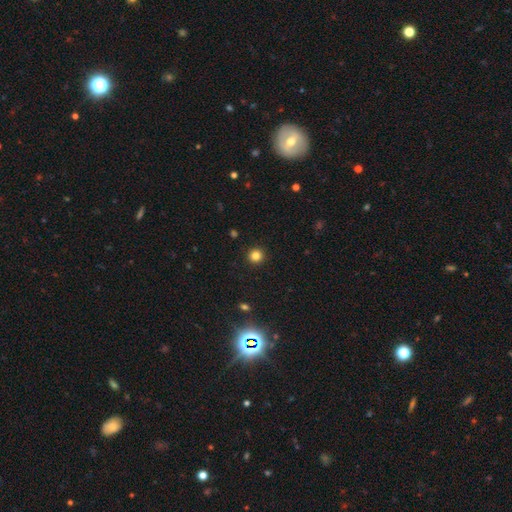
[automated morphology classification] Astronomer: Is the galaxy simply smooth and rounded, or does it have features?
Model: smooth — 81%.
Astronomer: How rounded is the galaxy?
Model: round — 95%.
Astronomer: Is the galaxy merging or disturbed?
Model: none — 93%.